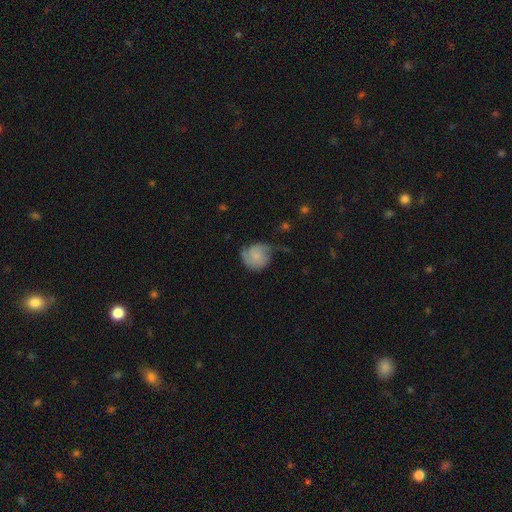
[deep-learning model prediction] This is possibly a smooth galaxy (49%). Merging: marginally none (43%).